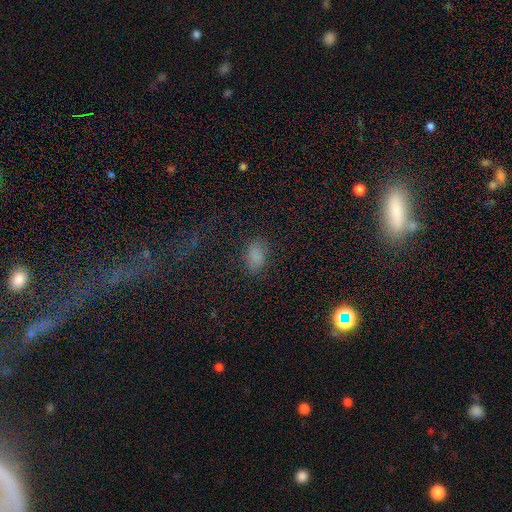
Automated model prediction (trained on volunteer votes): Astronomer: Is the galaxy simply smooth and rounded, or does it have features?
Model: smooth — 80%.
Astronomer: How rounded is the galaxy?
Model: in between — 89%.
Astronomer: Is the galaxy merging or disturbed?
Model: none — 79%.